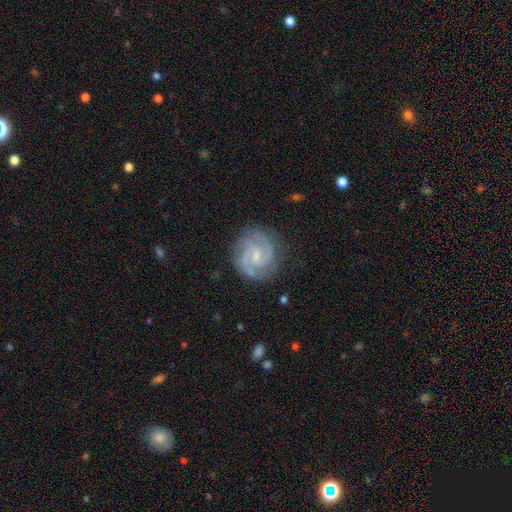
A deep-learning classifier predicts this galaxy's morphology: smooth_or_featured: featured or disk (p=0.90) [alt: smooth p=0.05]
disk_edge_on: no (p=0.98) [alt: yes p=0.02]
bar: weak (p=0.50) [alt: no p=0.39]
has_spiral_arms: yes (p=0.98) [alt: no p=0.02]
spiral_winding: tight (p=0.51) [alt: medium p=0.43]
spiral_arm_count: 2 (p=0.80) [alt: 3 p=0.11]
bulge_size: small (p=0.67) [alt: moderate p=0.26]
merging: none (p=0.82) [alt: minor disturbance p=0.13]